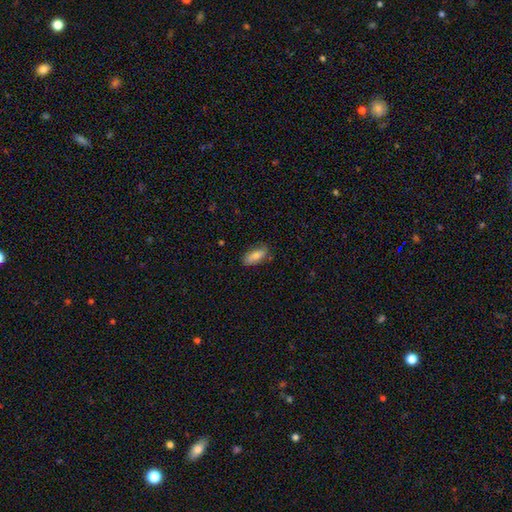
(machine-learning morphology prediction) smooth_or_featured: smooth (p=0.78) [alt: featured or disk p=0.15]
how_rounded: in between (p=0.83) [alt: cigar-shaped p=0.14]
merging: none (p=0.81) [alt: minor disturbance p=0.15]